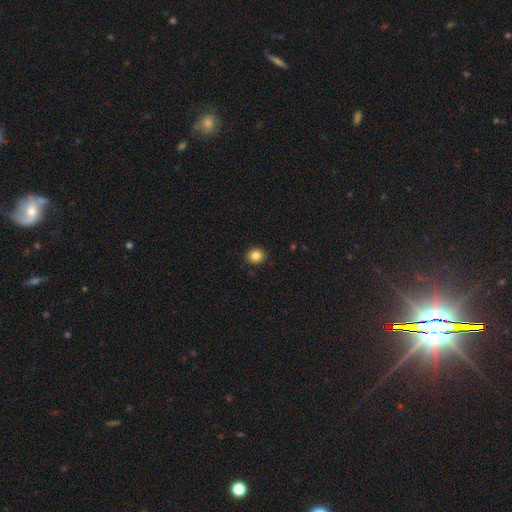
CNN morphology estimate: This is clearly a smooth galaxy (84%). How rounded: likely round (79%). Merging: clearly none (91%).